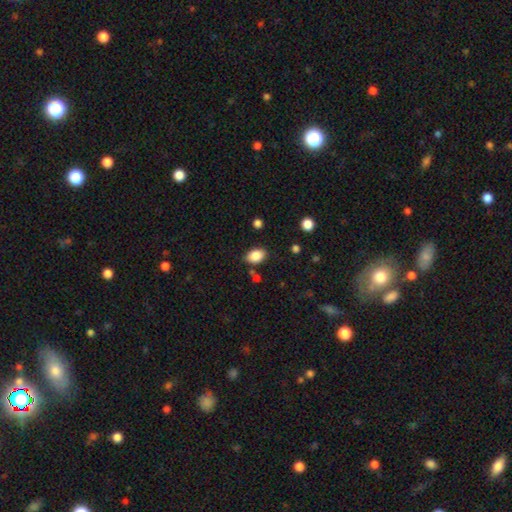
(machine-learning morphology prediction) Smooth or featured: smooth — 86% (star or artifact — 8%)
How rounded: in between — 84% (round — 15%)
Merging: none — 80% (minor disturbance — 13%)